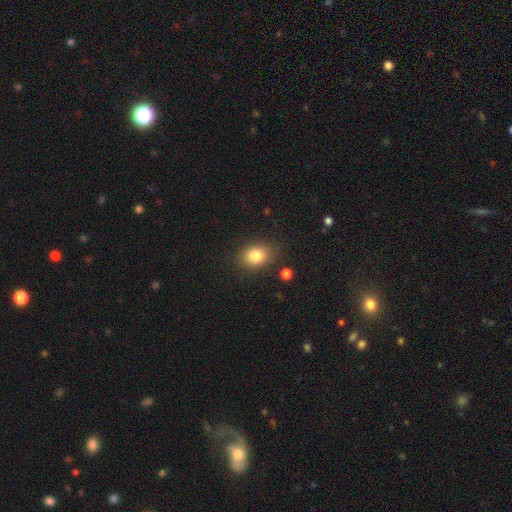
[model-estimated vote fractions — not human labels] The model was most divided on "how rounded": in between: 60%, round: 39%, cigar-shaped: 1%. More confident: merging — none (83%); smooth or featured — smooth (82%).